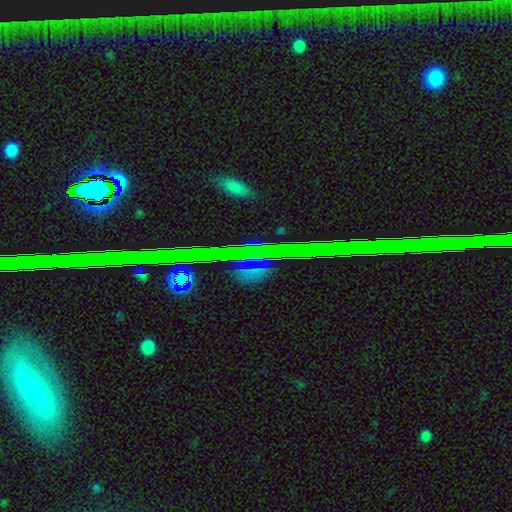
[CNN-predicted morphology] The model was most divided on "smooth or featured": star or artifact: 64%, smooth: 19%, featured or disk: 17%.